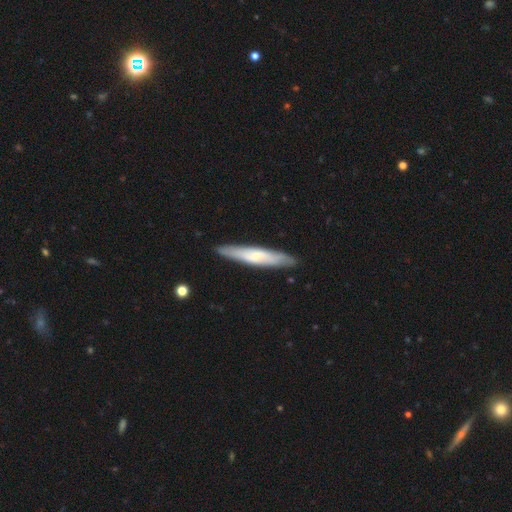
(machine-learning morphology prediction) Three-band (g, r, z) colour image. It shows a featured or disk galaxy (50%) viewed edge-on (79%). Merging: none (88%).